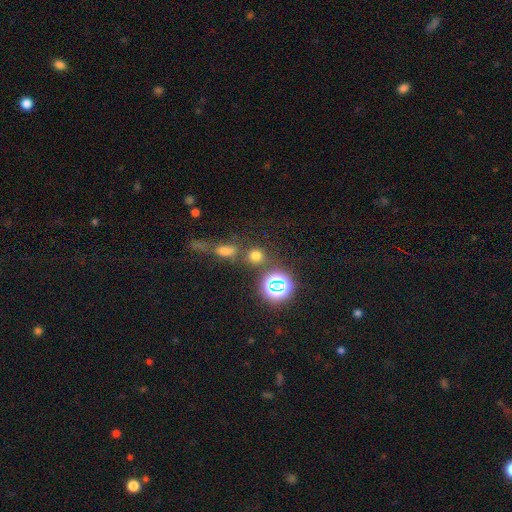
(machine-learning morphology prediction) smooth-or-featured: smooth: 63% | star or artifact: 30% | featured or disk: 7%
  how-rounded: round: 81% | in between: 17% | cigar-shaped: 2%
  merging: none: 72% | merger: 14% | minor disturbance: 9% | major disturbance: 5%